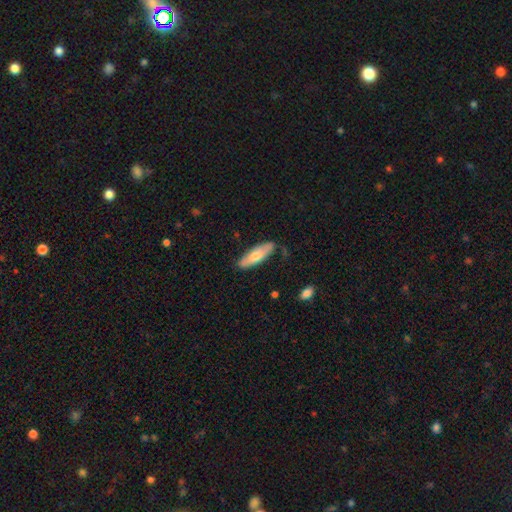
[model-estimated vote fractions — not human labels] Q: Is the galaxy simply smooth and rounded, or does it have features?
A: smooth — 63%.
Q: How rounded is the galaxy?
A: cigar-shaped — 51%.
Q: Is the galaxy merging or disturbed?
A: none — 82%.